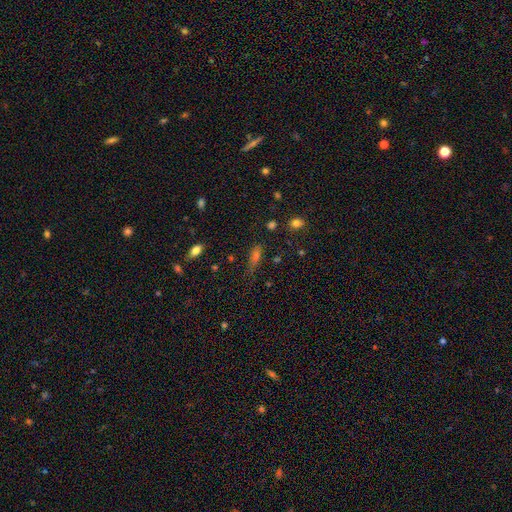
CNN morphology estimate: Q: Smooth or featured?
A: smooth (56%); runner-up: star or artifact (24%)
Q: How rounded?
A: cigar-shaped (47%); runner-up: in between (45%)
Q: Merging?
A: none (66%); runner-up: minor disturbance (22%)